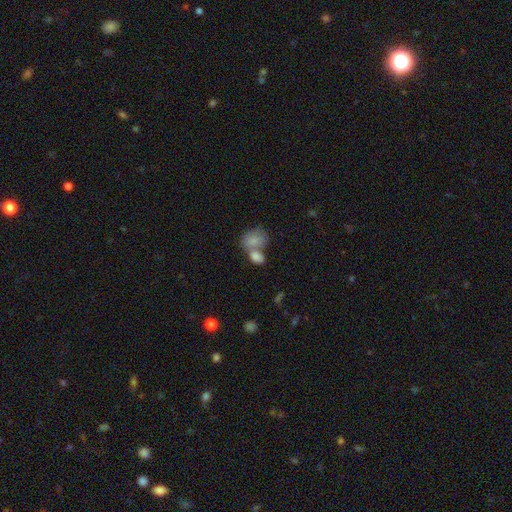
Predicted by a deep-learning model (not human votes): smooth-or-featured: smooth: 82% | featured or disk: 10% | star or artifact: 8%
  how-rounded: in between: 78% | round: 20% | cigar-shaped: 2%
  merging: merger: 57% | none: 29% | minor disturbance: 9% | major disturbance: 5%